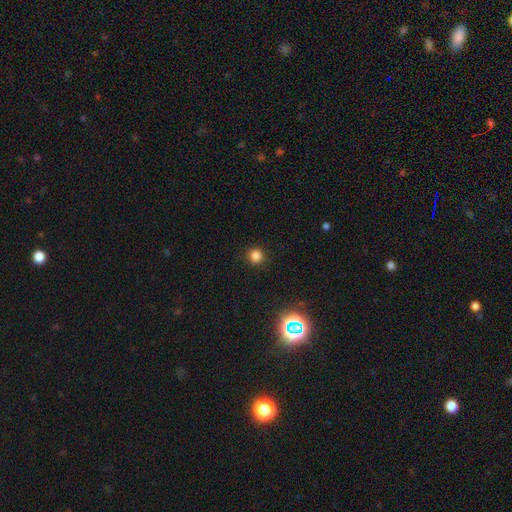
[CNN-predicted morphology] smooth_or_featured: smooth (p=0.80) [alt: star or artifact p=0.16]
how_rounded: round (p=0.93) [alt: in between p=0.06]
merging: none (p=0.90) [alt: minor disturbance p=0.06]